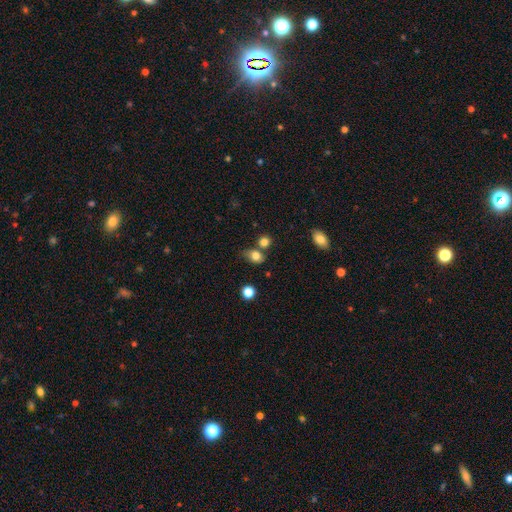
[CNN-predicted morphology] This is likely a smooth galaxy (80%). How rounded: possibly in between (58%). Merging: possibly none (55%).